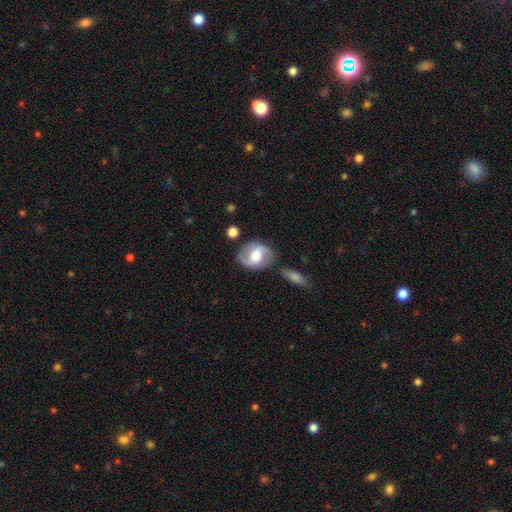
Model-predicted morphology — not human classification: Q: Smooth or featured?
A: featured or disk (67%); runner-up: smooth (27%)
Q: Edge-on disk?
A: no (96%); runner-up: yes (4%)
Q: Bar?
A: weak (45%); runner-up: no (29%)
Q: Spiral arms?
A: yes (84%); runner-up: no (16%)
Q: Spiral winding?
A: medium (45%); runner-up: loose (35%)
Q: Spiral arm count?
A: 2 (89%); runner-up: can't tell (6%)
Q: Bulge size?
A: moderate (58%); runner-up: large (25%)
Q: Merging?
A: none (76%); runner-up: minor disturbance (14%)